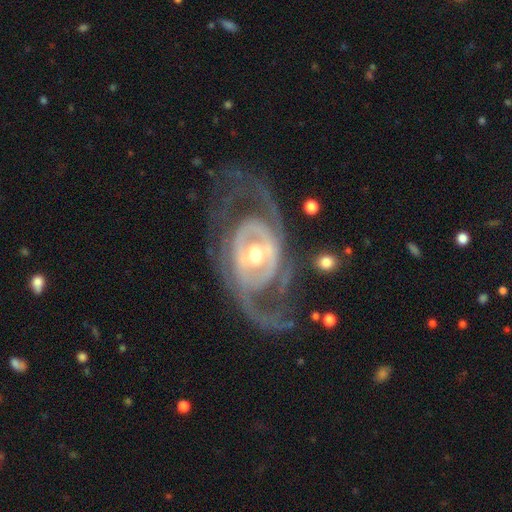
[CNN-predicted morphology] Smooth or featured?
  - featured or disk: 85% *
  - smooth: 11%
  - star or artifact: 4%
Edge-on disk?
  - no: 95% *
  - yes: 5%
Bar?
  - no: 52% *
  - weak: 30%
  - strong: 18%
Spiral arms?
  - yes: 71% *
  - no: 29%
Spiral winding?
  - tight: 39% *
  - medium: 34%
  - loose: 26%
Spiral arm count?
  - 2: 53% *
  - can't tell: 21%
  - 1: 12%
  - 3: 7%
  - 4: 4%
  - more than 4: 4%
Bulge size?
  - moderate: 69% *
  - small: 19%
  - large: 9%
  - dominant: 2%
  - none: 1%
Merging?
  - none: 53% *
  - major disturbance: 26%
  - minor disturbance: 17%
  - merger: 3%